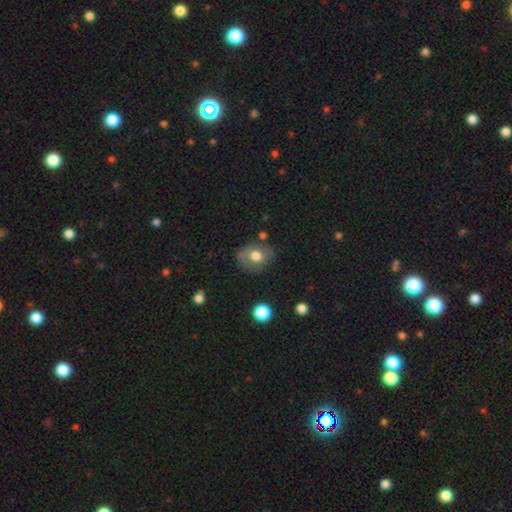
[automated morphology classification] Smooth or featured?
  - smooth: 64% *
  - featured or disk: 27%
  - star or artifact: 9%
How rounded?
  - round: 57% *
  - in between: 42%
  - cigar-shaped: 1%
Merging?
  - none: 68% *
  - minor disturbance: 21%
  - major disturbance: 8%
  - merger: 3%